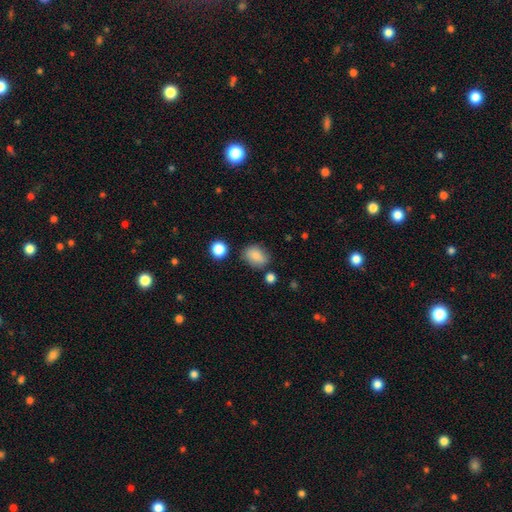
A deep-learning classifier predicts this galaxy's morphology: Smooth or featured: smooth — 81% (star or artifact — 10%)
How rounded: in between — 66% (round — 33%)
Merging: none — 72% (minor disturbance — 18%)